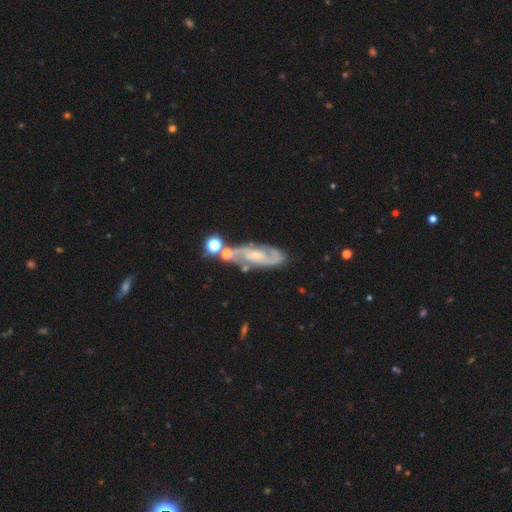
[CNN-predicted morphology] Smooth or featured? featured or disk (81%)
Edge-on disk? no (90%)
Bar? no (48%)
Spiral arms? yes (94%)
Spiral winding? medium (48%)
Spiral arm count? 2 (77%)
Bulge size? small (63%)
Merging? none (64%)